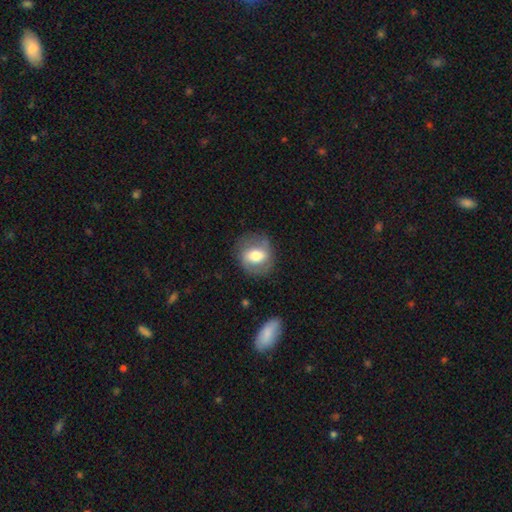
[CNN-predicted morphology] smooth_or_featured: smooth (p=0.51) [alt: featured or disk p=0.42]
how_rounded: round (p=0.65) [alt: in between p=0.34]
merging: none (p=0.74) [alt: minor disturbance p=0.17]